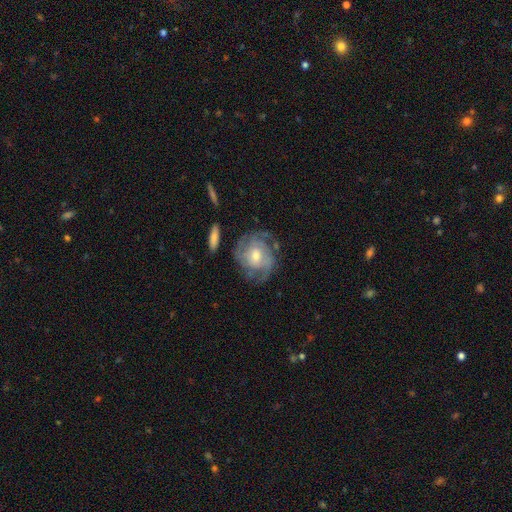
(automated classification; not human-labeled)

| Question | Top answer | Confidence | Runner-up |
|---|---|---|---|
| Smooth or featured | featured or disk | 82% | smooth (12%) |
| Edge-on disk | no | 97% | yes (3%) |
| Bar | no | 63% | weak (30%) |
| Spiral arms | yes | 93% | no (7%) |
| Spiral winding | tight | 58% | medium (33%) |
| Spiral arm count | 2 | 31% | can't tell (29%) |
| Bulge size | moderate | 60% | small (33%) |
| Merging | none | 70% | minor disturbance (18%) |